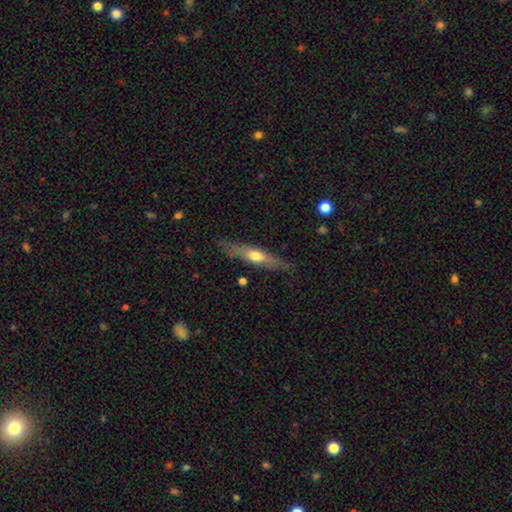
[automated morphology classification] A featured or disk galaxy (51%) viewed edge-on (83%).

Vote fractions:
- Smooth or featured? featured or disk: 51% / smooth: 44% / star or artifact: 6%
- Edge-on disk? yes: 83% / no: 17%
- Merging? none: 81% / minor disturbance: 14% / major disturbance: 3% / merger: 2%